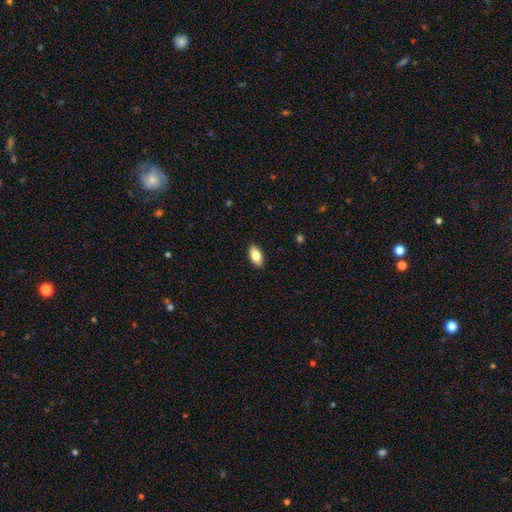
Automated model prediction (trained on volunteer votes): This is clearly a smooth galaxy (82%). How rounded: clearly in between (92%). Merging: clearly none (90%).